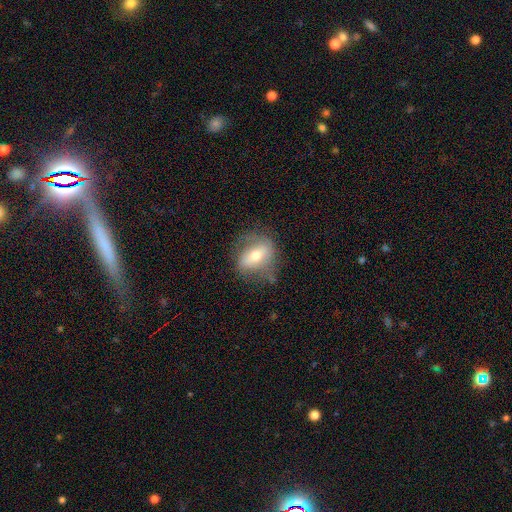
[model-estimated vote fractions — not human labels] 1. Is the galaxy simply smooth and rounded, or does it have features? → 47% smooth, 45% featured or disk, 8% star or artifact.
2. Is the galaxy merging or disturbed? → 64% none, 23% minor disturbance, 11% major disturbance, 2% merger.